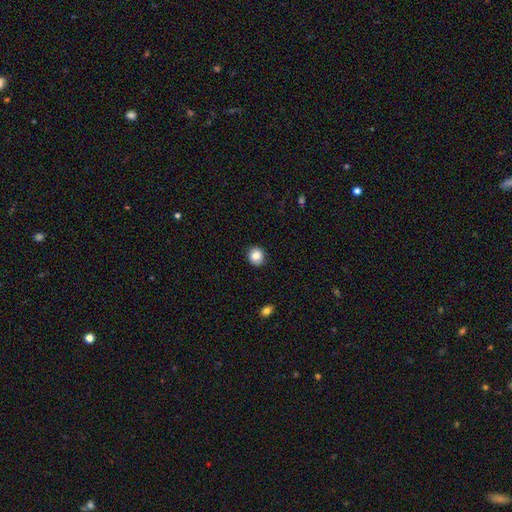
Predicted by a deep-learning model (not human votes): Smooth or featured? Predicted: smooth (p=0.83). How rounded? Predicted: round (p=0.80). Merging? Predicted: none (p=0.89).